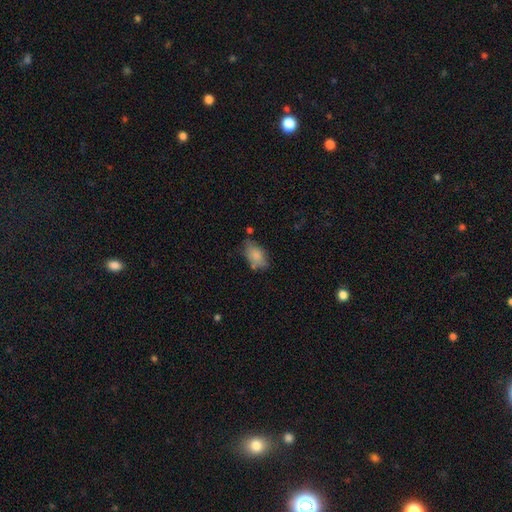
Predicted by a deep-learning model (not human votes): Smooth or featured? smooth (82%)
How rounded? in between (90%)
Merging? none (57%)